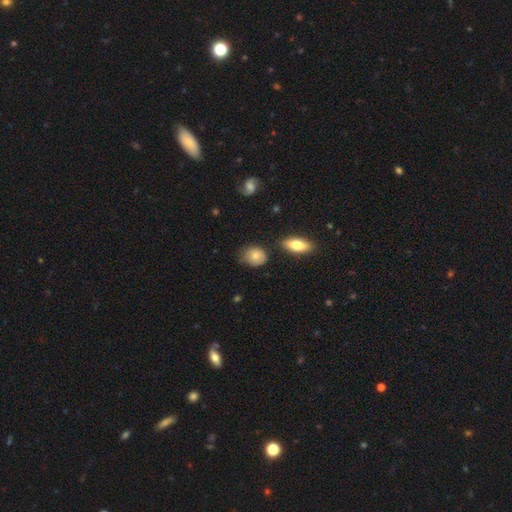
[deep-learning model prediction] Smooth or featured?
  - smooth: 77% *
  - featured or disk: 15%
  - star or artifact: 8%
How rounded?
  - round: 51% *
  - in between: 47%
  - cigar-shaped: 2%
Merging?
  - none: 59% *
  - minor disturbance: 30%
  - major disturbance: 7%
  - merger: 4%